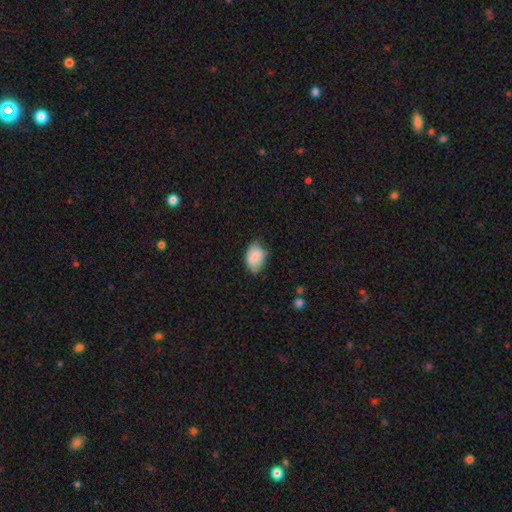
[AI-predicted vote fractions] Smooth or featured?
  - smooth: 80% *
  - featured or disk: 13%
  - star or artifact: 7%
How rounded?
  - in between: 87% *
  - round: 12%
  - cigar-shaped: 1%
Merging?
  - none: 63% *
  - minor disturbance: 30%
  - major disturbance: 5%
  - merger: 2%